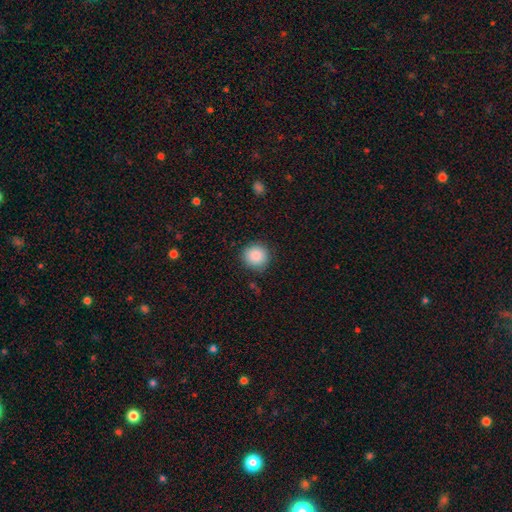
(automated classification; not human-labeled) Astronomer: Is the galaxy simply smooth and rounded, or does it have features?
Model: smooth — 88%.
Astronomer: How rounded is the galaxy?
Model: round — 91%.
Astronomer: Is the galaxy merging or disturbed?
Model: none — 88%.